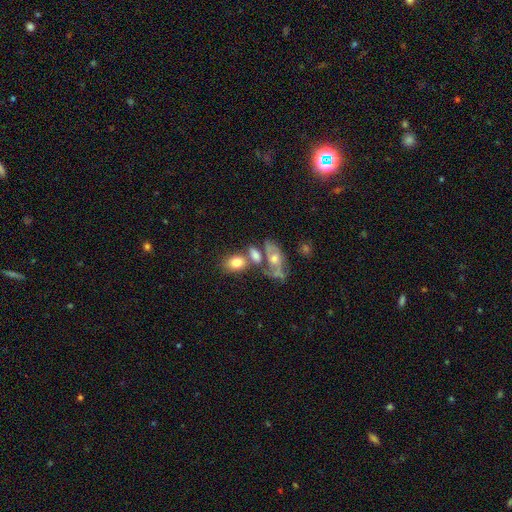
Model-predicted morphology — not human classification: A featured or disk galaxy (41%).

Vote fractions:
- Smooth or featured? featured or disk: 41% / smooth: 39% / star or artifact: 19%
- Merging? none: 39% / merger: 38% / minor disturbance: 13% / major disturbance: 9%